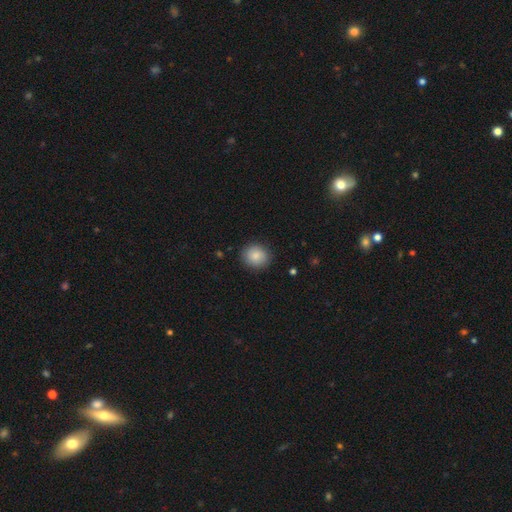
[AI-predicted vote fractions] The model was most divided on "how rounded": round: 81%, in between: 18%, cigar-shaped: 1%. More confident: merging — none (88%); smooth or featured — smooth (86%).